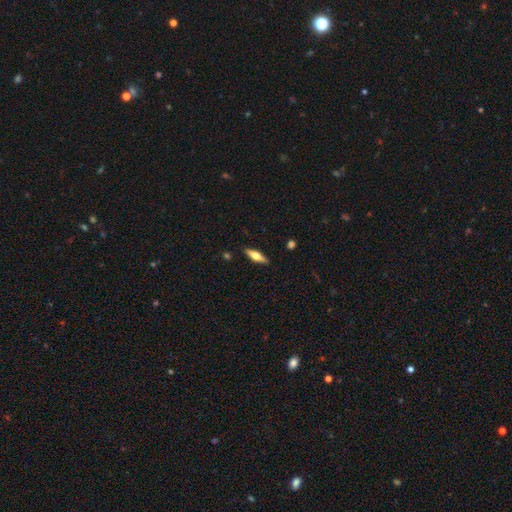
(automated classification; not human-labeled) Overall: featured or disk (54%; smooth 40%). Edge-on disk: yes (94%). Edge-on bulge: rounded (93%). Merging: none (89%).